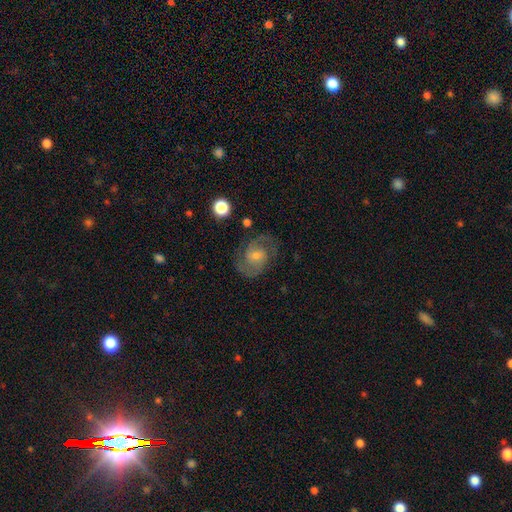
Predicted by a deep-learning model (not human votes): Morphology: type=featured or disk (82%); edge-on=no (98%); bar=no (53%); spiral arms=yes (95%); winding=medium (53%); arm count=2 (89%); bulge=small (49%); merging=none (80%).